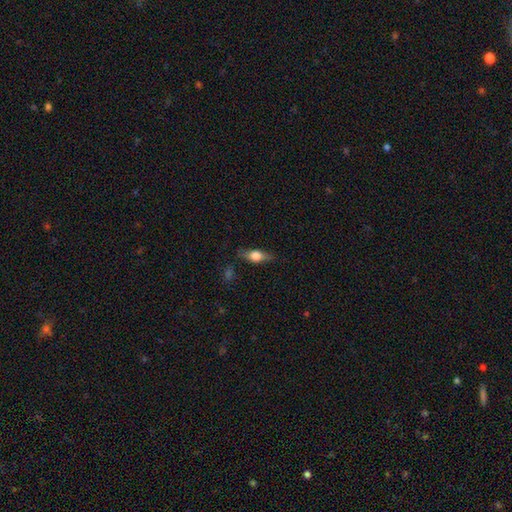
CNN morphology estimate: smooth 52%, featured or disk 41%, star or artifact 8%. Down the decision tree: how rounded — in between (60%); merging — none (79%).